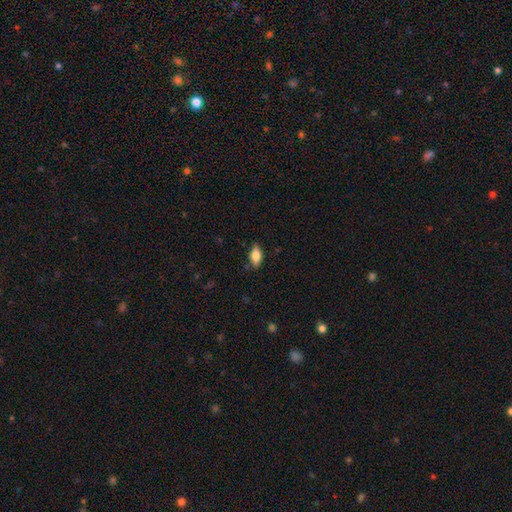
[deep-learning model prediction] smooth_or_featured: smooth (p=0.80) [alt: featured or disk p=0.12]
how_rounded: in between (p=0.89) [alt: cigar-shaped p=0.07]
merging: none (p=0.81) [alt: minor disturbance p=0.15]